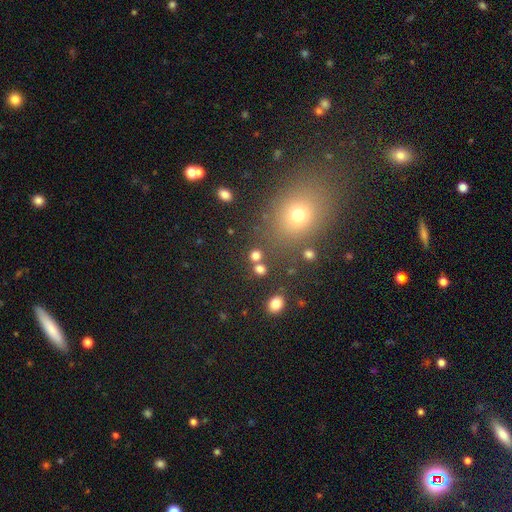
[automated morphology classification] type=smooth (73%); roundness=round (81%); merging=none (74%).